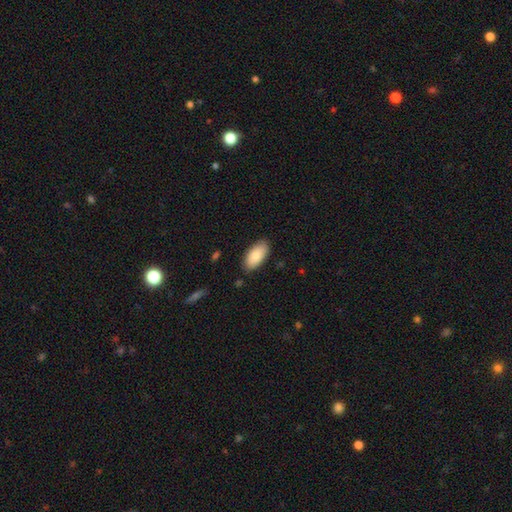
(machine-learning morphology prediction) A smooth galaxy with no disk features (85%) that is in between round and cigar-shaped (93%). Merging: none (86%).